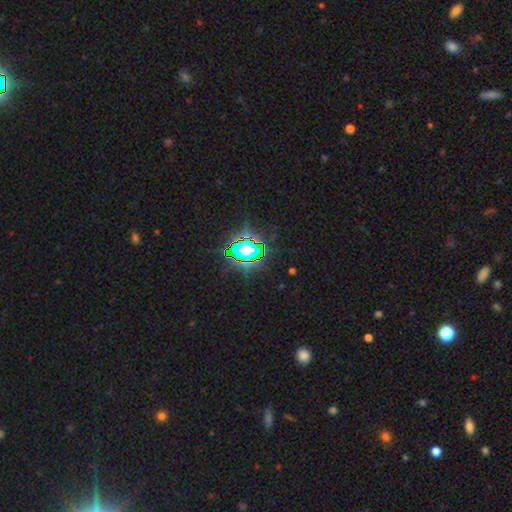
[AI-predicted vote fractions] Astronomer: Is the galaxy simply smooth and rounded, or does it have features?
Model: star or artifact — 78%.